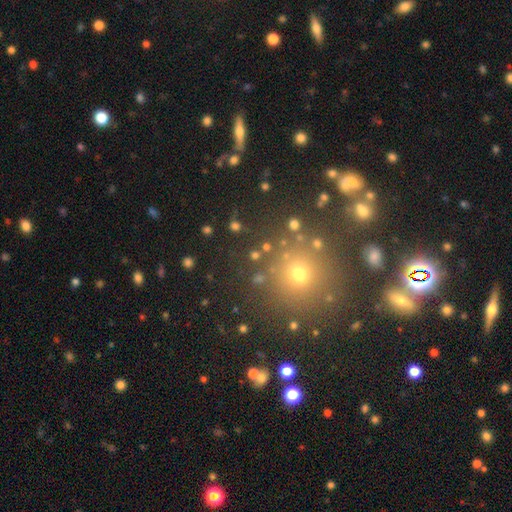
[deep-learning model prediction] A smooth galaxy with no disk features (55%) that is round (86%).

Vote fractions:
- Smooth or featured? smooth: 55% / star or artifact: 35% / featured or disk: 10%
- How rounded? round: 86% / in between: 12% / cigar-shaped: 2%
- Merging? none: 77% / minor disturbance: 10% / merger: 8% / major disturbance: 5%